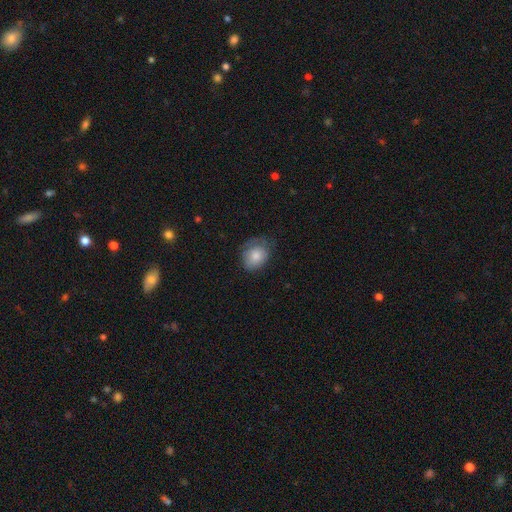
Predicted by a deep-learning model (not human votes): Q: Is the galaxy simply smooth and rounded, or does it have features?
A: smooth — 79%.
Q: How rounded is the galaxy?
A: in between — 55%.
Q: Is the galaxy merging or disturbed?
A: none — 56%.